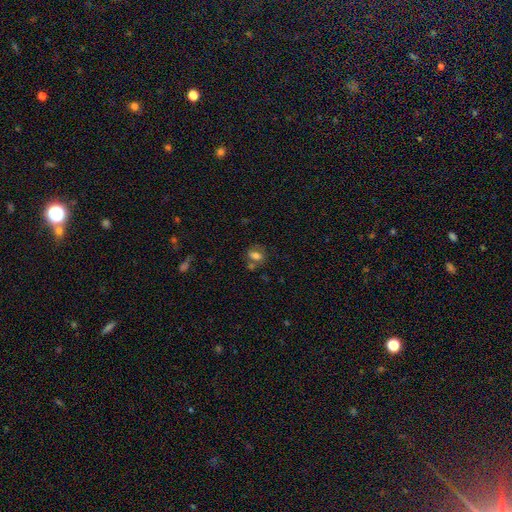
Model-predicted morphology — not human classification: Overall: smooth (70%). How rounded: in between (70%). Merging: none (57%; merger 20%).